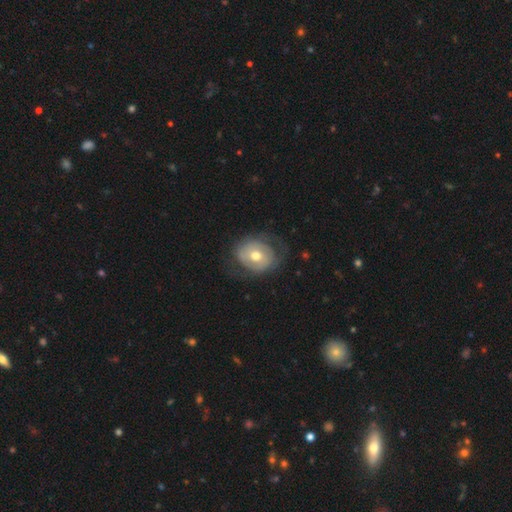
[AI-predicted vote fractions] A featured or disk galaxy (55%) with no bar (65%), spiral arms (50%, tied with no) and a moderate central bulge (75%). Merging: none (64%).